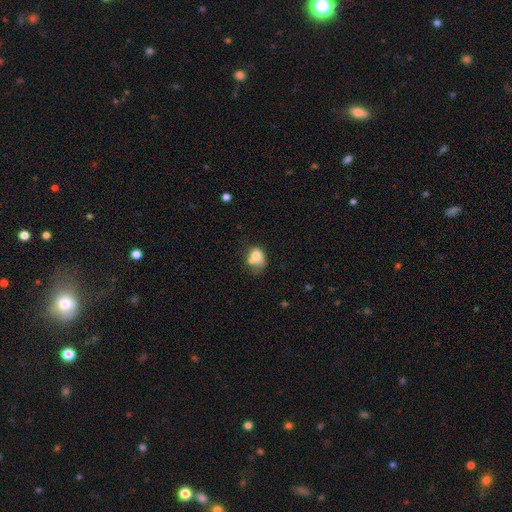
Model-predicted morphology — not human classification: Smooth or featured: smooth — 70% (featured or disk — 19%)
How rounded: in between — 52% (round — 47%)
Merging: merger — 39% (none — 27%)